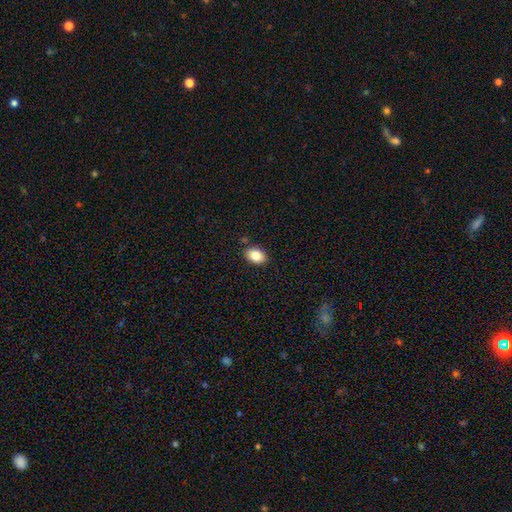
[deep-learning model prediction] Smooth or featured: smooth — 84% (star or artifact — 8%)
How rounded: in between — 78% (round — 21%)
Merging: none — 87% (minor disturbance — 9%)